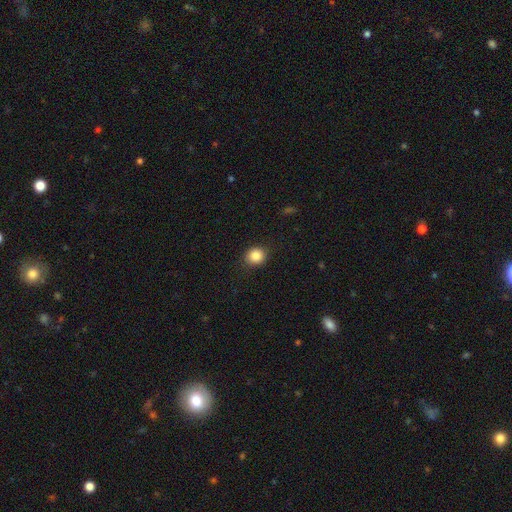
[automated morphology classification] smooth_or_featured: smooth (p=0.87) [alt: star or artifact p=0.09]
how_rounded: round (p=0.79) [alt: in between p=0.20]
merging: none (p=0.86) [alt: minor disturbance p=0.10]